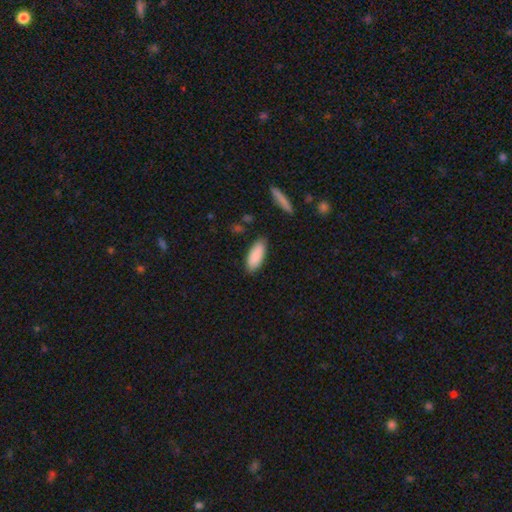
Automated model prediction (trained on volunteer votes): The model was most divided on "how rounded": in between: 78%, cigar-shaped: 20%, round: 2%. More confident: smooth or featured — smooth (89%); merging — none (85%).